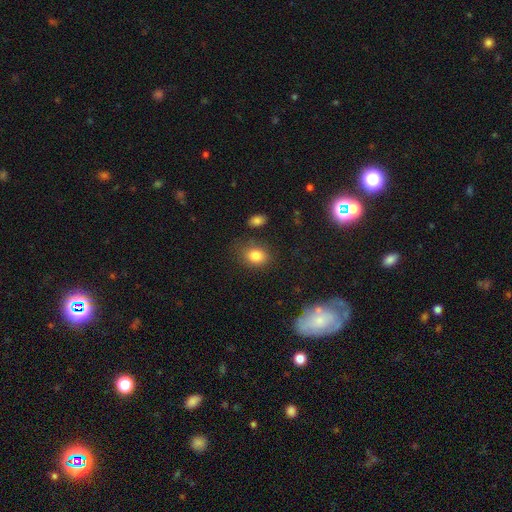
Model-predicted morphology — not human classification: Q: Smooth or featured?
A: smooth (83%); runner-up: star or artifact (10%)
Q: How rounded?
A: in between (61%); runner-up: round (38%)
Q: Merging?
A: none (76%); runner-up: minor disturbance (15%)